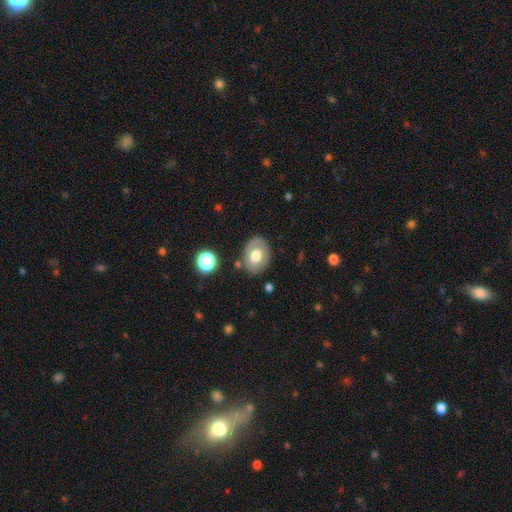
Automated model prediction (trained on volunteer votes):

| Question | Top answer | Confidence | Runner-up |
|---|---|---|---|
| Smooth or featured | smooth | 52% | featured or disk (41%) |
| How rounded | in between | 68% | round (31%) |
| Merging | none | 76% | minor disturbance (15%) |